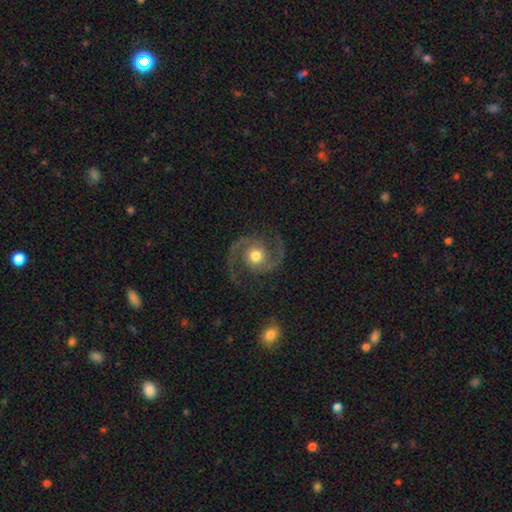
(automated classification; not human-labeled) Smooth or featured? featured or disk (92%)
Edge-on disk? no (98%)
Bar? no (74%)
Spiral arms? yes (98%)
Spiral winding? medium (62%)
Spiral arm count? 2 (95%)
Bulge size? moderate (71%)
Merging? none (82%)